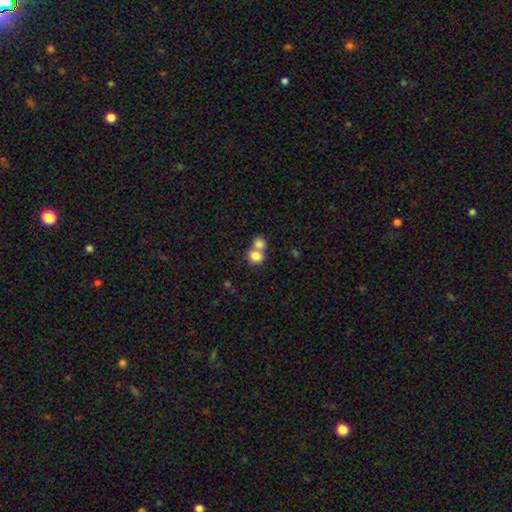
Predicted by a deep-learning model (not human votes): Smooth or featured?
  - smooth: 81% *
  - featured or disk: 10%
  - star or artifact: 9%
How rounded?
  - round: 73% *
  - in between: 26%
  - cigar-shaped: 1%
Merging?
  - merger: 59% *
  - none: 33%
  - minor disturbance: 6%
  - major disturbance: 3%